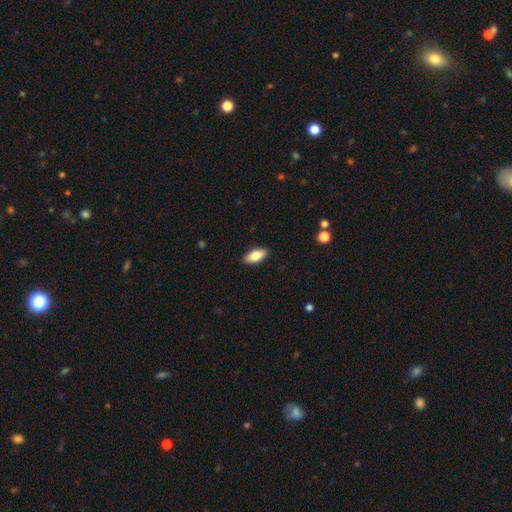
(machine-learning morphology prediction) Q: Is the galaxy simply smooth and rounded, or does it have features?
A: smooth — 80%.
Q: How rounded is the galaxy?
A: in between — 85%.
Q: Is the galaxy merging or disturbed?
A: none — 90%.